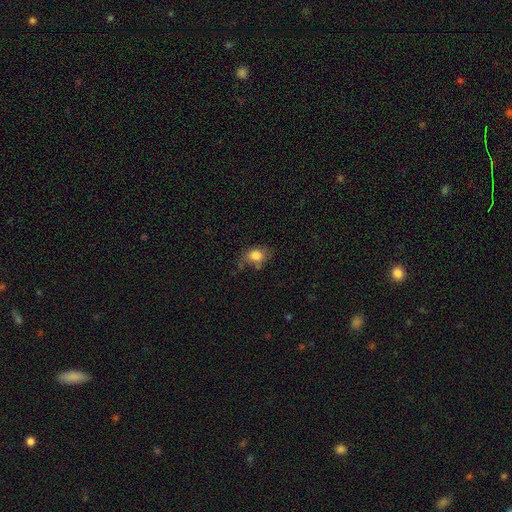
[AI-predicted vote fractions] smooth 81%, featured or disk 9%, star or artifact 9%. Down the decision tree: how rounded — in between (71%); merging — none (57%).